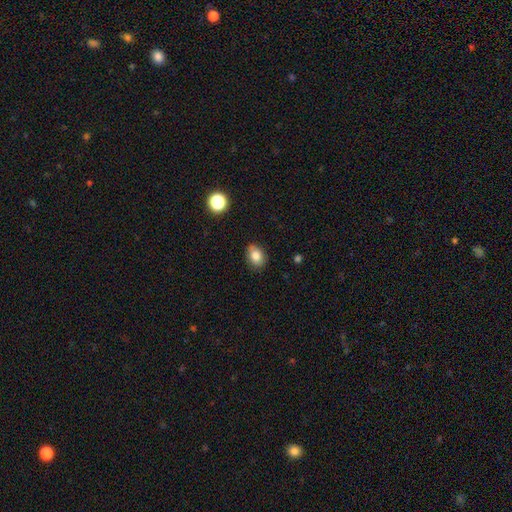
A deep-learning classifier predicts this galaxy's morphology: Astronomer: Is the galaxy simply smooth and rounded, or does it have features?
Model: smooth — 82%.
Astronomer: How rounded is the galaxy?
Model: in between — 69%.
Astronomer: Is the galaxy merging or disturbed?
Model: none — 83%.